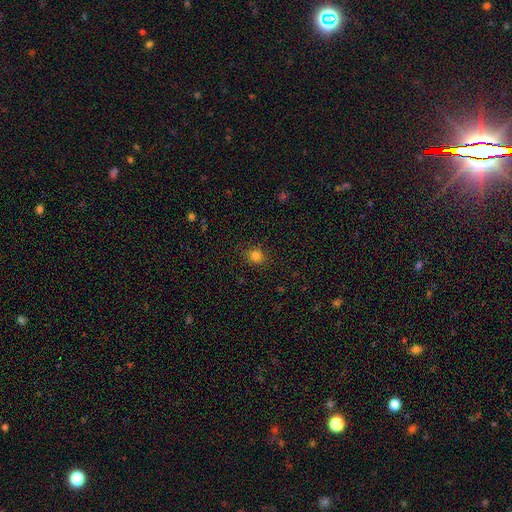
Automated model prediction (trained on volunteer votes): The model was most divided on "how rounded": round: 83%, in between: 16%, cigar-shaped: 1%. More confident: merging — none (87%); smooth or featured — smooth (82%).